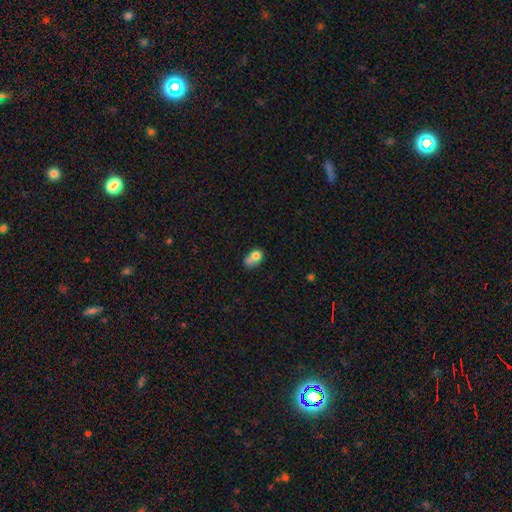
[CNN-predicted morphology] smooth 74%, featured or disk 16%, star or artifact 11%. Down the decision tree: how rounded — in between (73%); merging — none (28%, tied with minor disturbance).